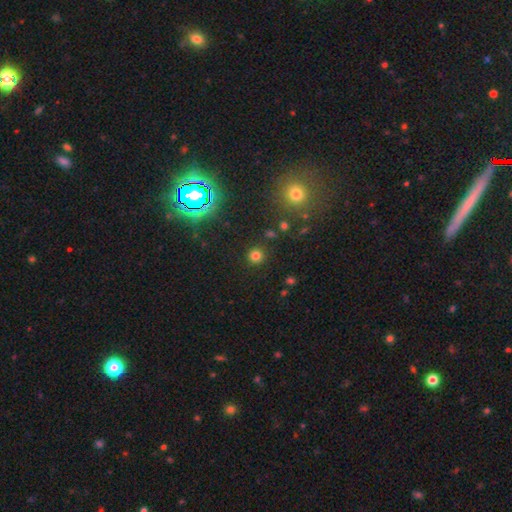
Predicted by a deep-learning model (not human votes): smooth 75%, star or artifact 20%, featured or disk 5%. Down the decision tree: how rounded — round (93%); merging — none (89%).